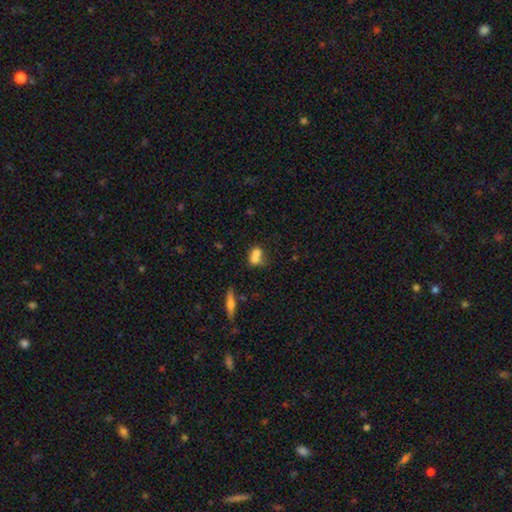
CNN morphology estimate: Smooth or featured? smooth (69%)
How rounded? in between (52%)
Merging? merger (62%)